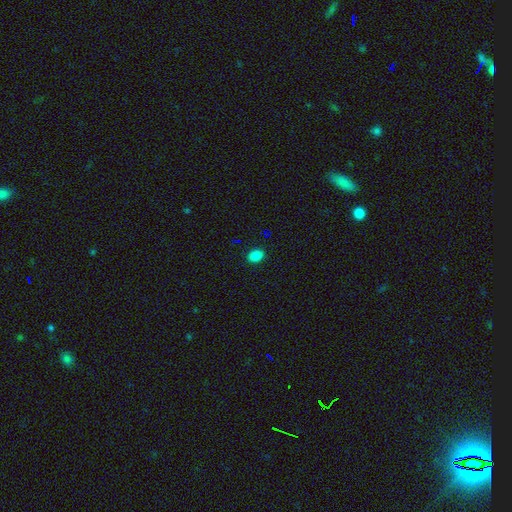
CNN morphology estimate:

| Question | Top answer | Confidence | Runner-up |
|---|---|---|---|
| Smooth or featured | smooth | 84% | star or artifact (12%) |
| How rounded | in between | 71% | round (28%) |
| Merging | none | 90% | minor disturbance (7%) |